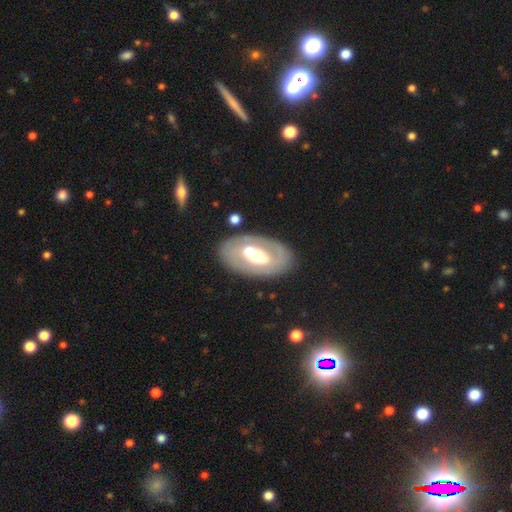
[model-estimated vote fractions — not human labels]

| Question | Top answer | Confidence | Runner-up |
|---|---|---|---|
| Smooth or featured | featured or disk | 61% | smooth (33%) |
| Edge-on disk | no | 91% | yes (9%) |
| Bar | no | 61% | weak (23%) |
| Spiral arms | no | 77% | yes (23%) |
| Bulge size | moderate | 64% | large (23%) |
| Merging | none | 69% | minor disturbance (14%) |